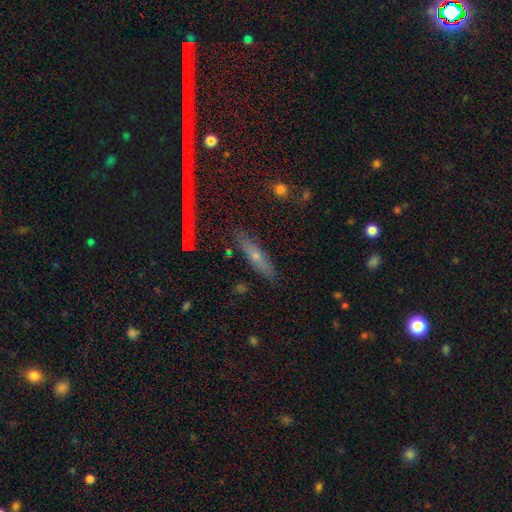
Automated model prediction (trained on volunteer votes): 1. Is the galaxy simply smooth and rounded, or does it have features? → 47% smooth, 42% featured or disk, 10% star or artifact.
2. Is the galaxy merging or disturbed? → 82% none, 12% minor disturbance, 3% major disturbance, 3% merger.